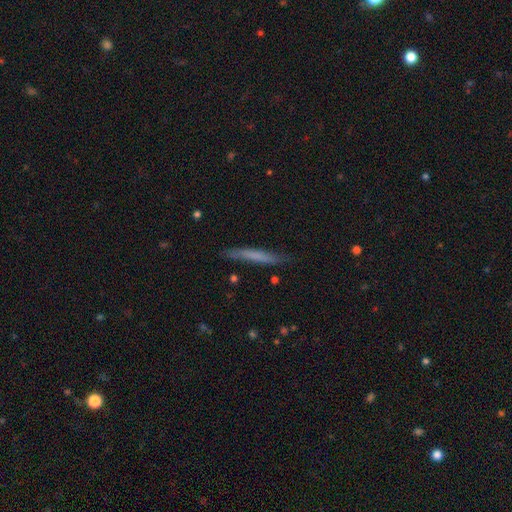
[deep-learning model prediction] smooth-or-featured: smooth: 61% | featured or disk: 32% | star or artifact: 7%
  how-rounded: cigar-shaped: 95% | in between: 4% | round: 1%
  merging: none: 82% | minor disturbance: 14% | major disturbance: 3% | merger: 2%